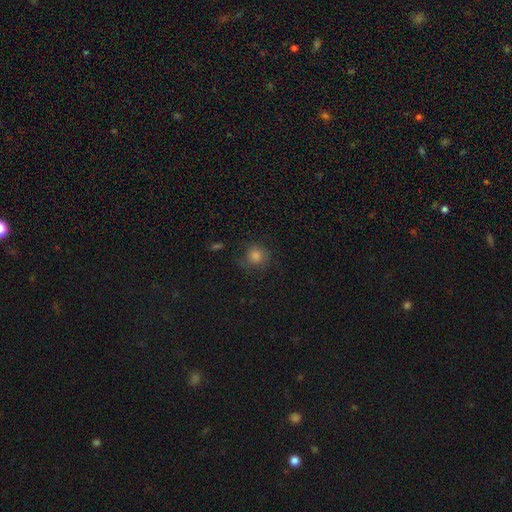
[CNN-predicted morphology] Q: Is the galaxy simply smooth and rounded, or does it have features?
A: smooth — 74%.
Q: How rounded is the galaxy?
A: round — 85%.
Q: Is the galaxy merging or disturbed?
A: none — 71%.